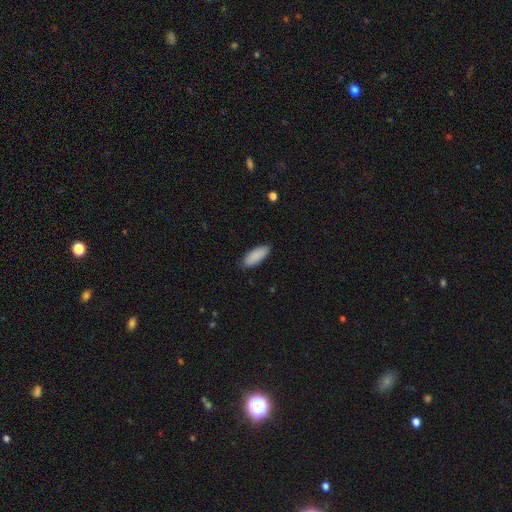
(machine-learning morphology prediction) Smooth or featured?
  - smooth: 90% *
  - star or artifact: 6%
  - featured or disk: 5%
How rounded?
  - in between: 79% *
  - cigar-shaped: 20%
  - round: 2%
Merging?
  - none: 85% *
  - minor disturbance: 12%
  - major disturbance: 2%
  - merger: 1%